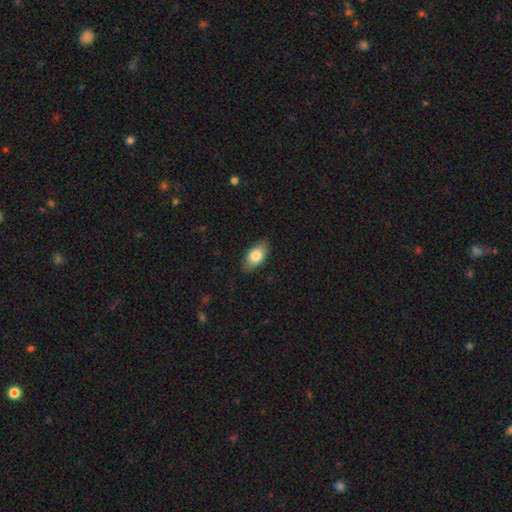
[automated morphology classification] The model was most divided on "smooth or featured": smooth: 81%, featured or disk: 13%, star or artifact: 7%. More confident: how rounded — in between (91%); merging — none (84%).